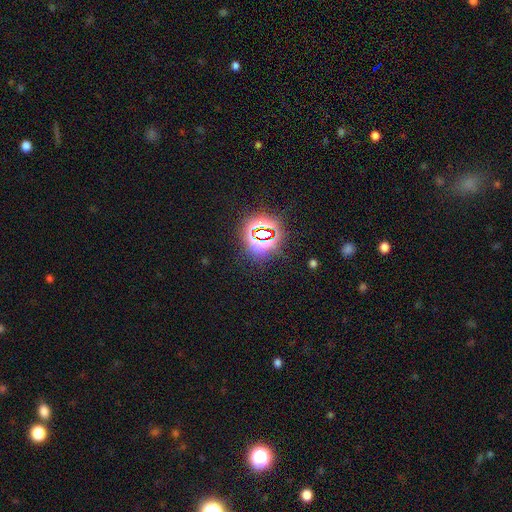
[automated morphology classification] type=star or artifact (80%).